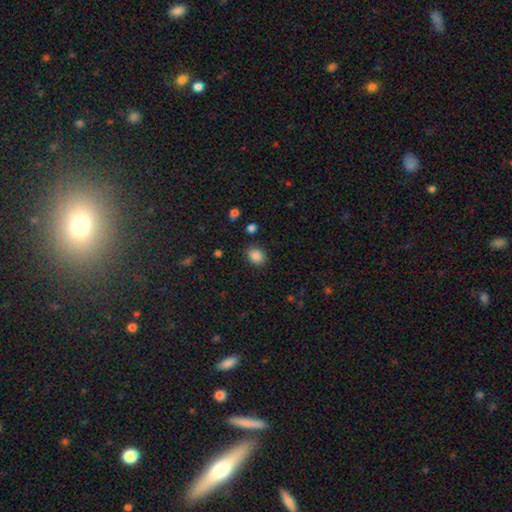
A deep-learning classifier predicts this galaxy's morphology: smooth-or-featured: smooth: 87% | star or artifact: 9% | featured or disk: 3%
  how-rounded: in between: 62% | round: 37% | cigar-shaped: 1%
  merging: none: 86% | minor disturbance: 9% | major disturbance: 3% | merger: 2%